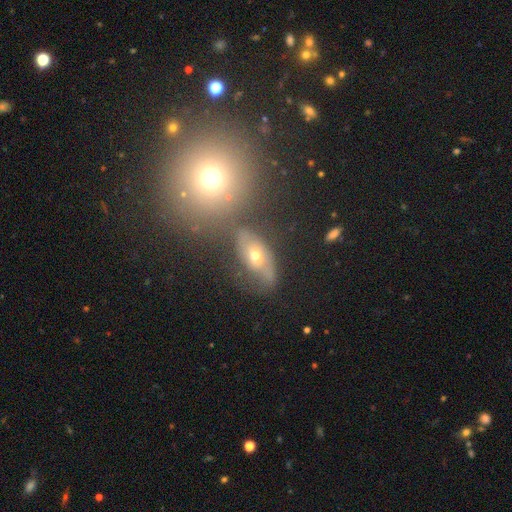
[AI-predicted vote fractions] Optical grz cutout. It shows a smooth galaxy with no disk features (45%). Merging: none (45%).